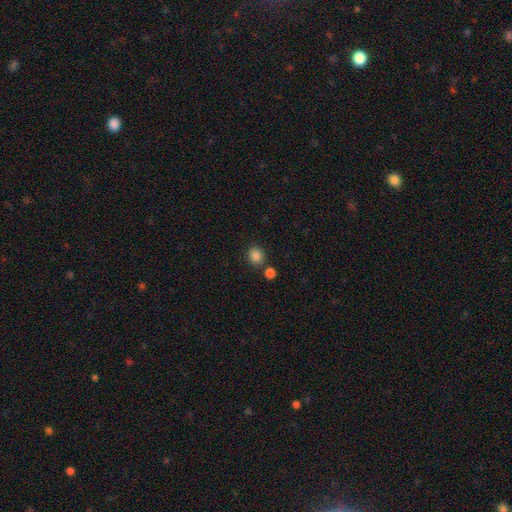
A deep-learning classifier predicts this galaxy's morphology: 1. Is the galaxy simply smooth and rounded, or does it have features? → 86% smooth, 10% star or artifact, 4% featured or disk.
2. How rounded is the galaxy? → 84% round, 15% in between, 1% cigar-shaped.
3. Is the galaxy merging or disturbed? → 76% none, 12% merger, 9% minor disturbance, 3% major disturbance.